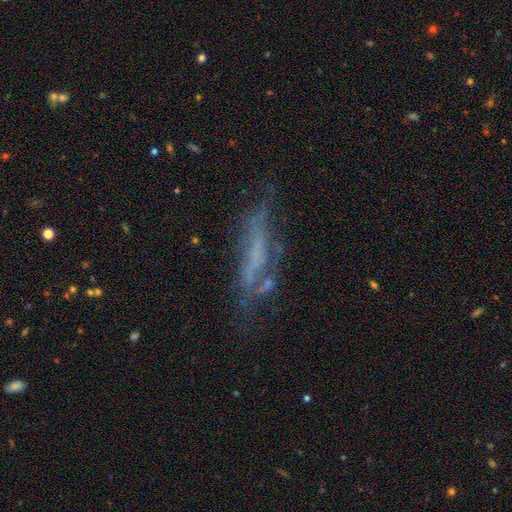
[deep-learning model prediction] smooth_or_featured: featured or disk (p=0.56) [alt: smooth p=0.29]
disk_edge_on: no (p=0.59) [alt: yes p=0.41]
merging: none (p=0.48) [alt: minor disturbance p=0.24]